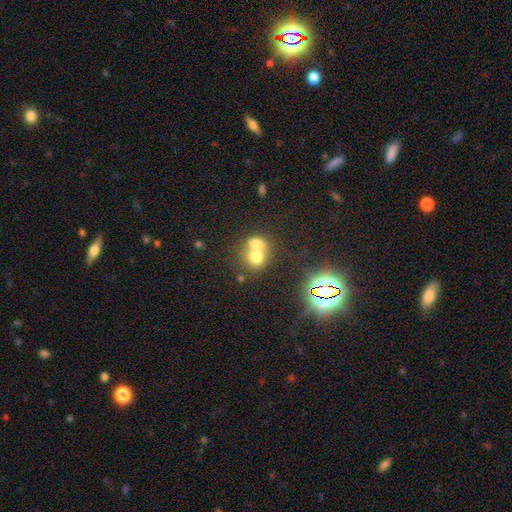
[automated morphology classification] Smooth or featured? smooth (65%)
How rounded? round (65%)
Merging? merger (67%)